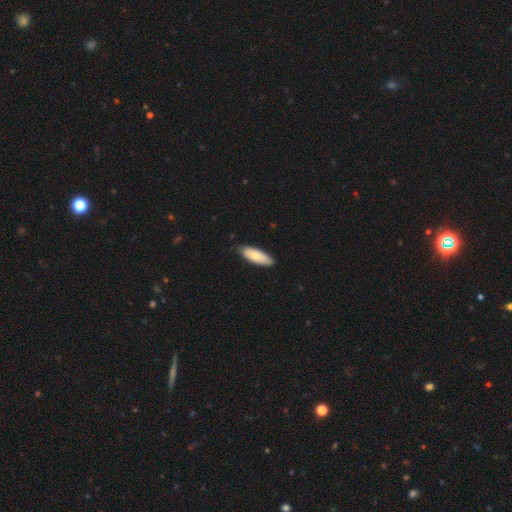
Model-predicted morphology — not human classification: The model was most divided on "how rounded": in between: 65%, cigar-shaped: 33%, round: 2%. More confident: merging — none (84%); smooth or featured — smooth (80%).